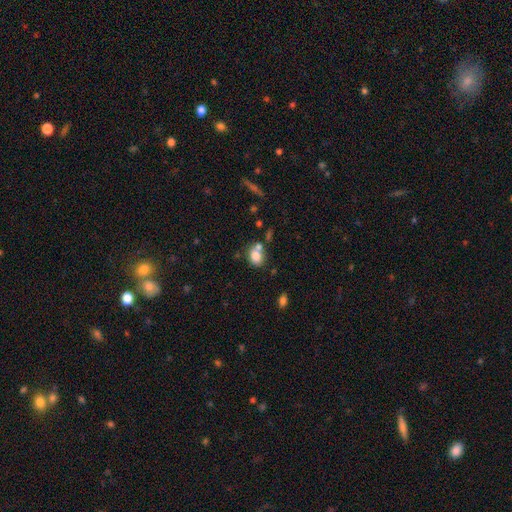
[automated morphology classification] smooth-or-featured: smooth: 78% | featured or disk: 11% | star or artifact: 10%
  how-rounded: round: 50% | in between: 49% | cigar-shaped: 1%
  merging: none: 48% | merger: 34% | minor disturbance: 13% | major disturbance: 5%